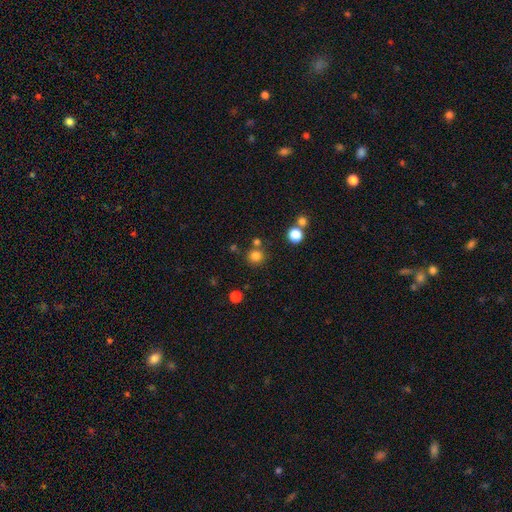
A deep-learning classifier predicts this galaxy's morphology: This is likely a smooth galaxy (80%). How rounded: clearly round (92%). Merging: likely none (78%).